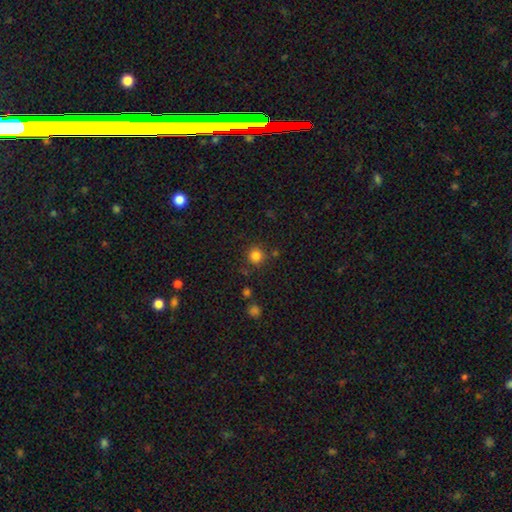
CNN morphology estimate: Smooth or featured? Predicted: smooth (p=0.83). How rounded? Predicted: round (p=0.94). Merging? Predicted: none (p=0.84).